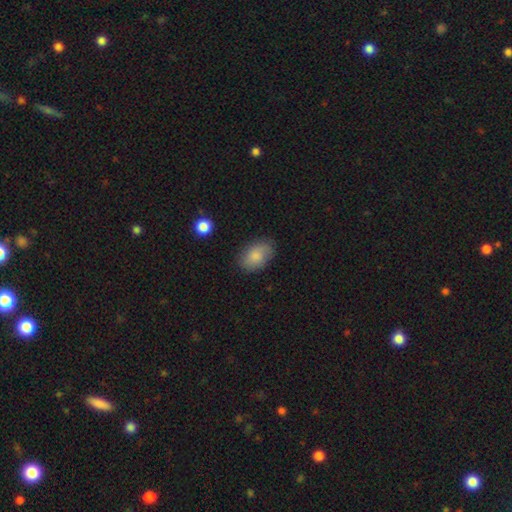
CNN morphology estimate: smooth 83%, featured or disk 10%, star or artifact 7%. Down the decision tree: how rounded — in between (88%); merging — none (80%).